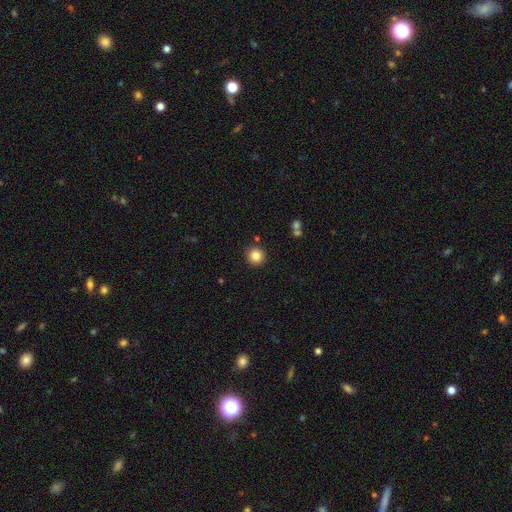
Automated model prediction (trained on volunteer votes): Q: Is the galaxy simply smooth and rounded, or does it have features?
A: smooth — 84%.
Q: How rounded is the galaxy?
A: round — 95%.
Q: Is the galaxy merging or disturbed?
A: none — 90%.